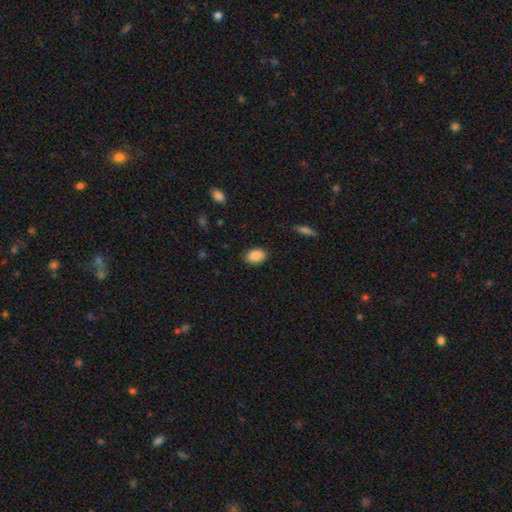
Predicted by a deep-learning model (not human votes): Smooth or featured?
  - smooth: 89% *
  - star or artifact: 7%
  - featured or disk: 4%
How rounded?
  - in between: 83% *
  - round: 15%
  - cigar-shaped: 1%
Merging?
  - none: 87% *
  - minor disturbance: 9%
  - major disturbance: 2%
  - merger: 1%